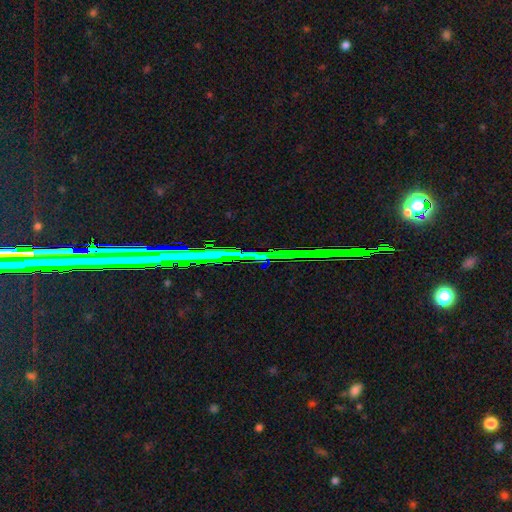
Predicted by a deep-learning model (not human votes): A star or artifact, not a galaxy (81%).